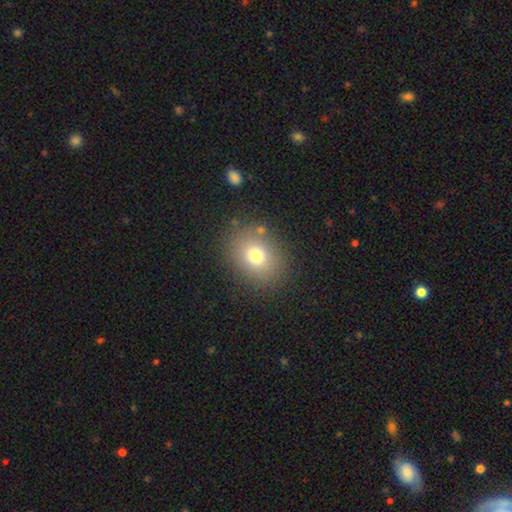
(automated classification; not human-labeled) This is likely a smooth galaxy (76%). How rounded: possibly in between (50%). Merging: clearly none (83%).